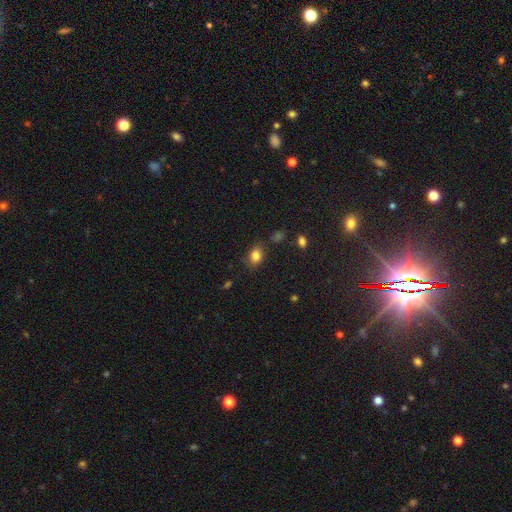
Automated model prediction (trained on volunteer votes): Morphology: type=smooth (83%); roundness=in between (65%); merging=none (72%).